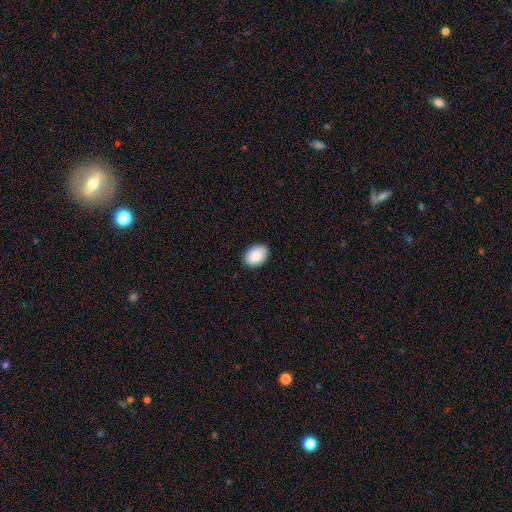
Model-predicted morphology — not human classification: smooth 88%, star or artifact 7%, featured or disk 5%. Down the decision tree: how rounded — in between (82%); merging — none (88%).